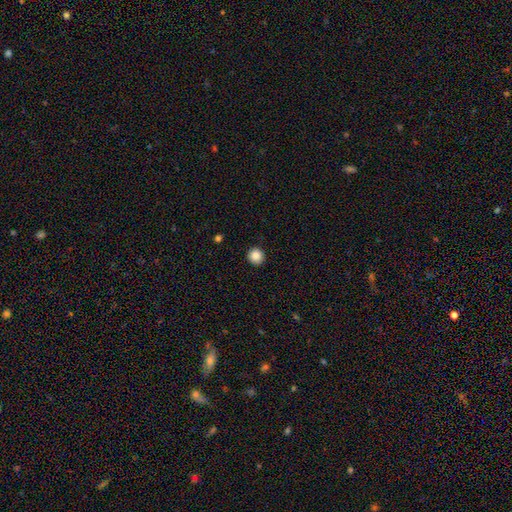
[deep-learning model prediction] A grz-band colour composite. It shows a smooth galaxy with no disk features (86%) that is round (93%). Merging: none (93%).